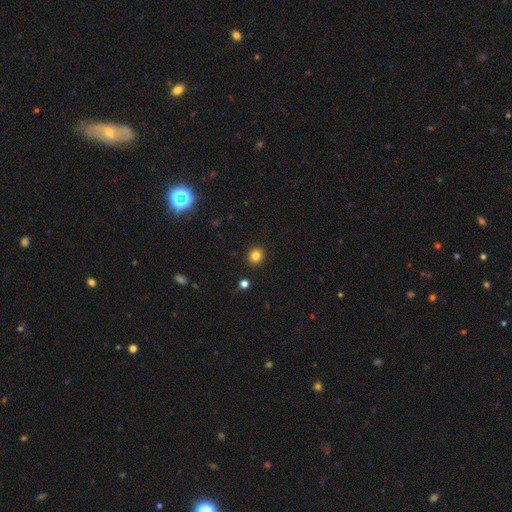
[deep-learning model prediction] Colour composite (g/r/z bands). It shows a smooth galaxy with no disk features (83%) that is round (85%). Merging: none (91%).